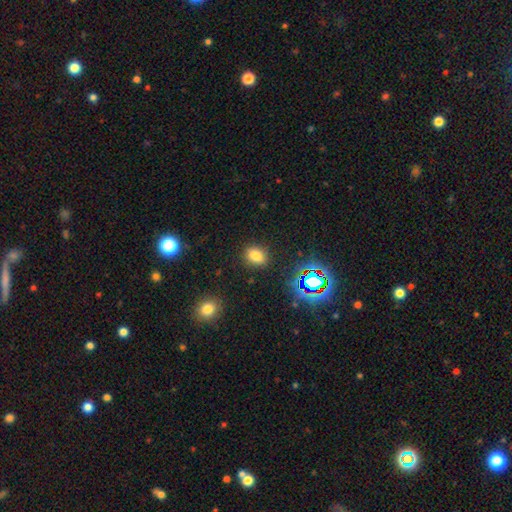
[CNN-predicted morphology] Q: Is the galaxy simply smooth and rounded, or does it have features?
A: smooth — 75%.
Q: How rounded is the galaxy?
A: in between — 62%.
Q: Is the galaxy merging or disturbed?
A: none — 86%.